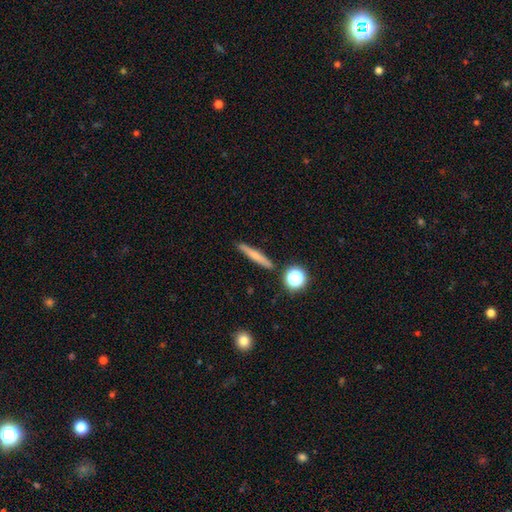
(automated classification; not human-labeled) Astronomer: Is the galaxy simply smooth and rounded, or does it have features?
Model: smooth — 54% (runner-up: featured or disk, 36%).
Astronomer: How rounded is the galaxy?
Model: cigar-shaped — 87%.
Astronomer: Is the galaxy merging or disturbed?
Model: none — 87%.